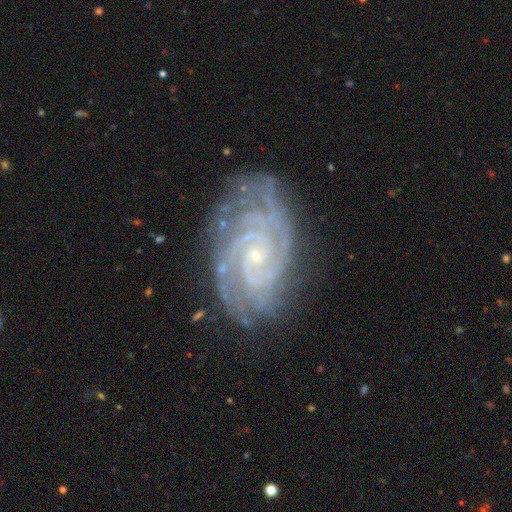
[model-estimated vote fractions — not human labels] Q: Smooth or featured?
A: featured or disk (91%); runner-up: star or artifact (6%)
Q: Edge-on disk?
A: no (97%); runner-up: yes (3%)
Q: Bar?
A: no (63%); runner-up: weak (27%)
Q: Spiral arms?
A: yes (99%); runner-up: no (1%)
Q: Spiral winding?
A: tight (75%); runner-up: medium (22%)
Q: Spiral arm count?
A: 2 (48%); runner-up: 3 (19%)
Q: Bulge size?
A: small (81%); runner-up: moderate (14%)
Q: Merging?
A: none (75%); runner-up: minor disturbance (17%)